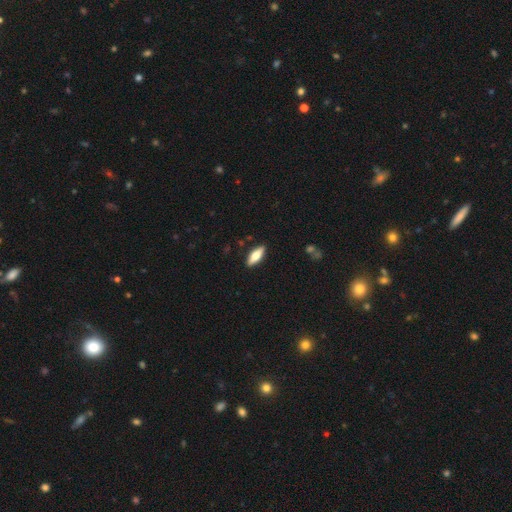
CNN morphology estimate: Q: Smooth or featured?
A: smooth (65%); runner-up: featured or disk (29%)
Q: How rounded?
A: in between (61%); runner-up: cigar-shaped (37%)
Q: Merging?
A: none (88%); runner-up: minor disturbance (9%)